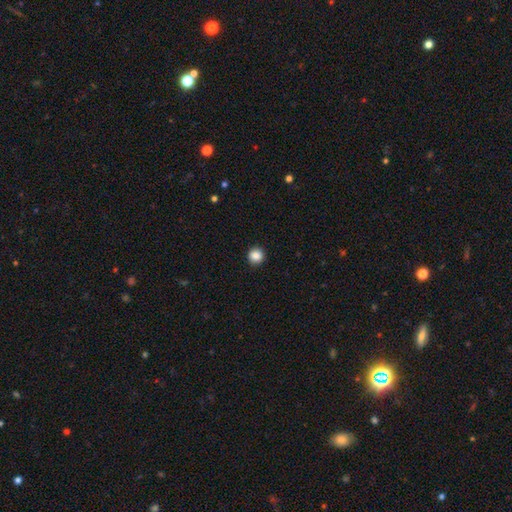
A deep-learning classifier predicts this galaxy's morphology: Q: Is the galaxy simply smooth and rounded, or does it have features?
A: smooth — 86%.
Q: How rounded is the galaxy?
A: round — 94%.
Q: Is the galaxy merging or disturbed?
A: none — 93%.